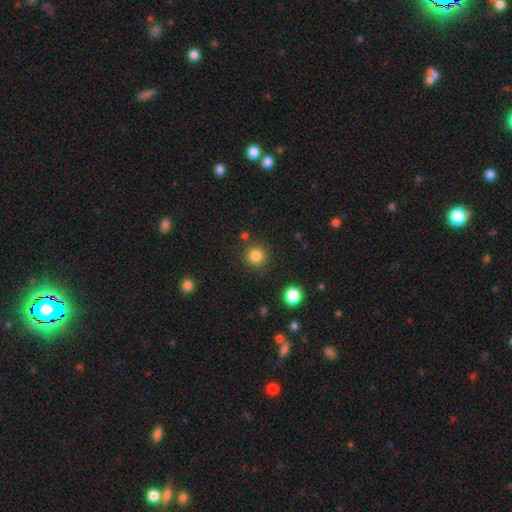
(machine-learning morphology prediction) A smooth galaxy with no disk features (84%) that is round (94%).

Vote fractions:
- Smooth or featured? smooth: 84% / star or artifact: 12% / featured or disk: 4%
- How rounded? round: 94% / in between: 5% / cigar-shaped: 1%
- Merging? none: 88% / minor disturbance: 6% / merger: 3% / major disturbance: 3%